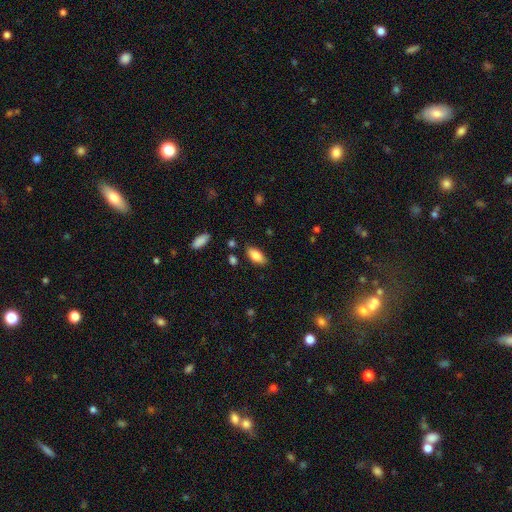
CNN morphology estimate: Smooth or featured?
  - smooth: 83% *
  - featured or disk: 10%
  - star or artifact: 7%
How rounded?
  - in between: 89% *
  - cigar-shaped: 9%
  - round: 2%
Merging?
  - none: 83% *
  - minor disturbance: 12%
  - major disturbance: 3%
  - merger: 2%